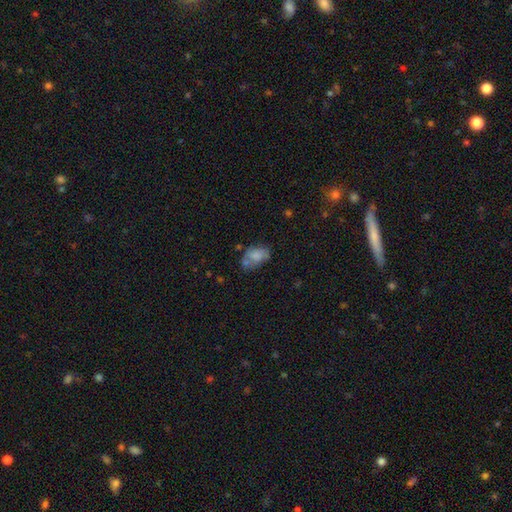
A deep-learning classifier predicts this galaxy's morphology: This appears to be a smooth galaxy with no disk features (68%) that is in between round and cigar-shaped (85%). Merging: none (42%).